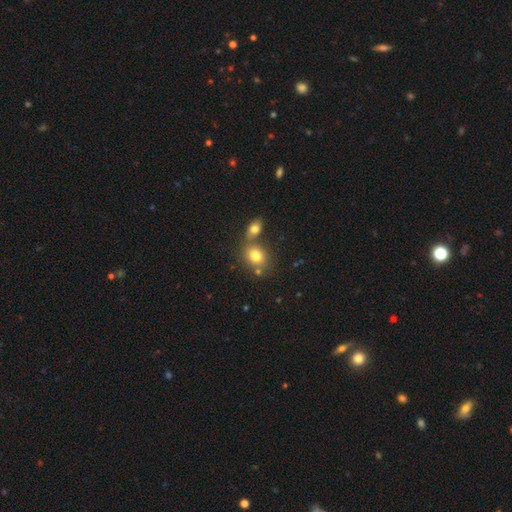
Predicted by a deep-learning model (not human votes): A smooth galaxy with no disk features (78%) that is round (50%). Merging: none (49%).